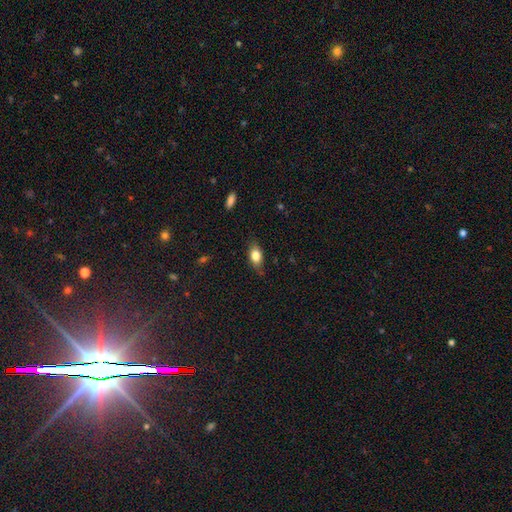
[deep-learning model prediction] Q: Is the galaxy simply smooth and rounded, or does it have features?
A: smooth — 78%.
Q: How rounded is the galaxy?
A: in between — 84%.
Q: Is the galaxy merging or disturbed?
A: none — 75%.